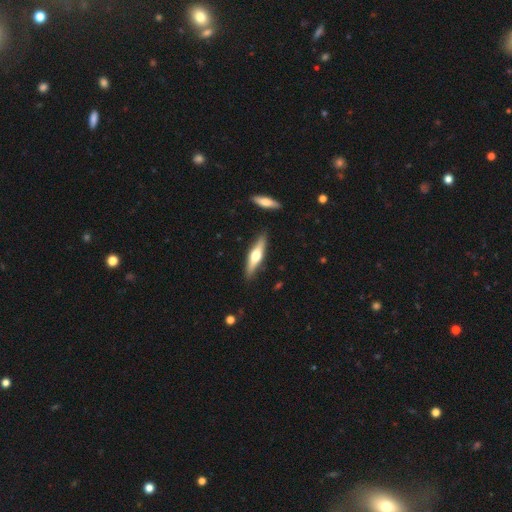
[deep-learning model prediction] A featured or disk galaxy (57%) viewed edge-on (94%) with a rounded central bulge (94%). Merging: none (87%).